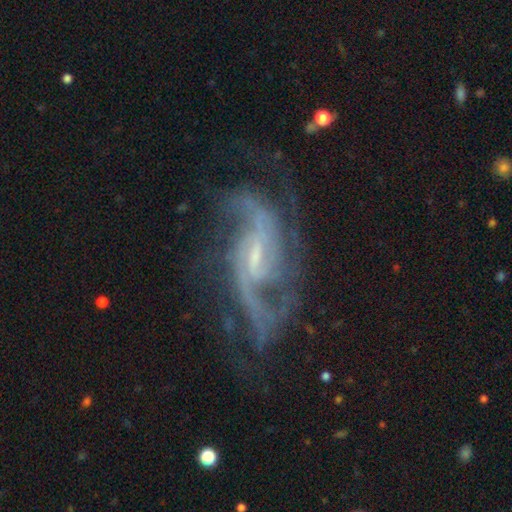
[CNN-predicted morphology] A featured or disk galaxy (89%) with a weak bar (53%), 2 (56%) medium (44%) spiral arms (96%) and a small central bulge (68%).

Vote fractions:
- Smooth or featured? featured or disk: 89% / star or artifact: 7% / smooth: 4%
- Edge-on disk? no: 95% / yes: 5%
- Bar? weak: 53% / strong: 26% / no: 22%
- Spiral arms? yes: 96% / no: 4%
- Spiral winding? medium: 44% / loose: 41% / tight: 15%
- Spiral arm count? 2: 56% / 3: 14% / can't tell: 14% / 4: 6% / 1: 5% / more than 4: 5%
- Bulge size? small: 68% / moderate: 20% / none: 10% / large: 2% / dominant: 1%
- Merging? none: 60% / major disturbance: 19% / minor disturbance: 18% / merger: 3%